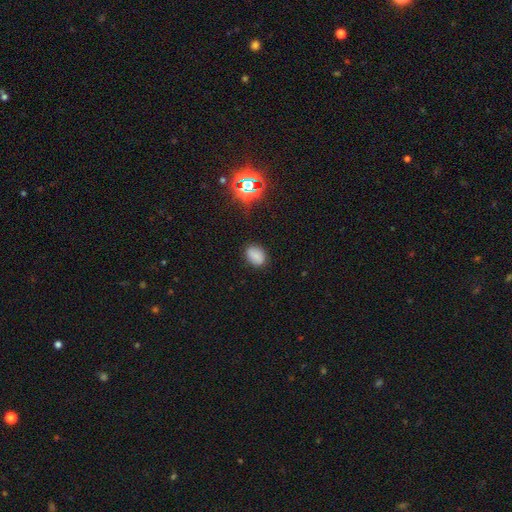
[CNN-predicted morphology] Smooth or featured? Predicted: smooth (p=0.80). How rounded? Predicted: in between (p=0.79). Merging? Predicted: none (p=0.83).